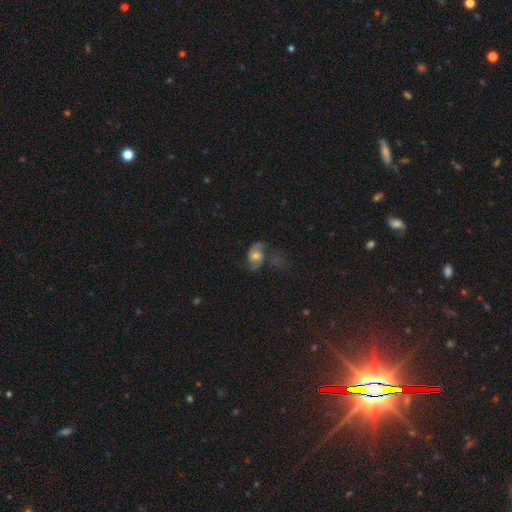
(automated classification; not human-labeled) Smooth or featured: featured or disk — 62% (smooth — 30%)
Edge-on disk: no — 96% (yes — 4%)
Bar: no — 63% (weak — 30%)
Spiral arms: yes — 84% (no — 16%)
Bulge size: moderate — 62% (small — 20%)
Merging: none — 46% (minor disturbance — 23%)